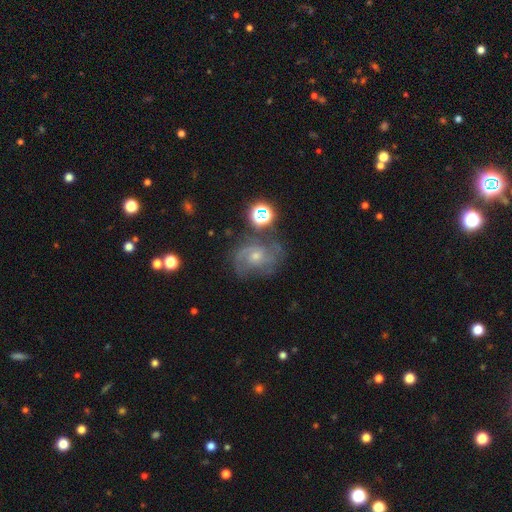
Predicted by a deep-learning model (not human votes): Smooth or featured?
  - featured or disk: 76% *
  - smooth: 13%
  - star or artifact: 12%
Edge-on disk?
  - no: 98% *
  - yes: 2%
Bar?
  - no: 64% *
  - weak: 31%
  - strong: 5%
Spiral arms?
  - yes: 94% *
  - no: 6%
Spiral winding?
  - medium: 51% *
  - tight: 26%
  - loose: 22%
Spiral arm count?
  - 2: 49% *
  - 3: 19%
  - can't tell: 18%
  - 1: 6%
  - 4: 4%
  - more than 4: 4%
Bulge size?
  - small: 54% *
  - moderate: 39%
  - none: 3%
  - large: 2%
  - dominant: 1%
Merging?
  - none: 58% *
  - minor disturbance: 21%
  - major disturbance: 14%
  - merger: 7%